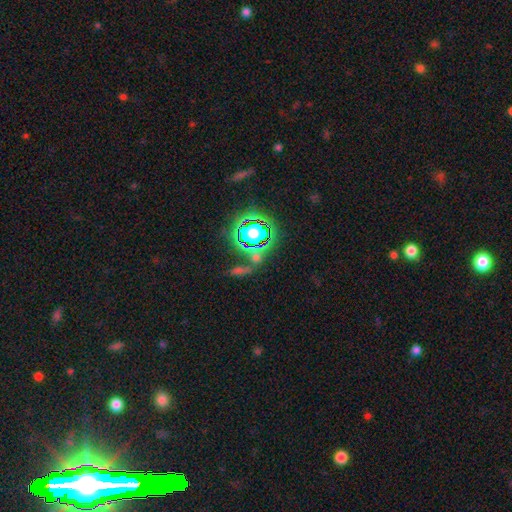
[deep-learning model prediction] Smooth or featured: star or artifact — 64% (smooth — 22%)